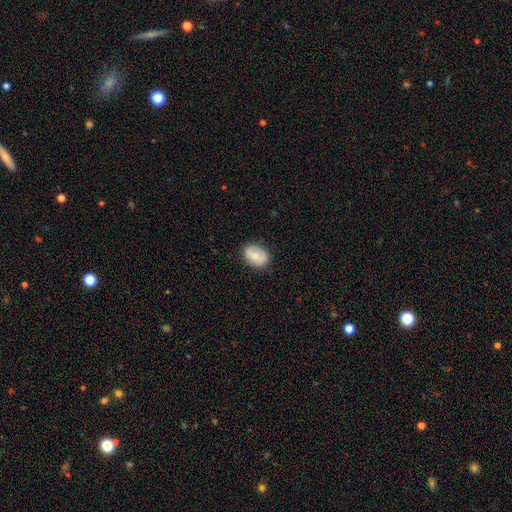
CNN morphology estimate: smooth_or_featured: smooth (p=0.70) [alt: featured or disk p=0.23]
how_rounded: in between (p=0.77) [alt: round p=0.22]
merging: none (p=0.82) [alt: minor disturbance p=0.14]